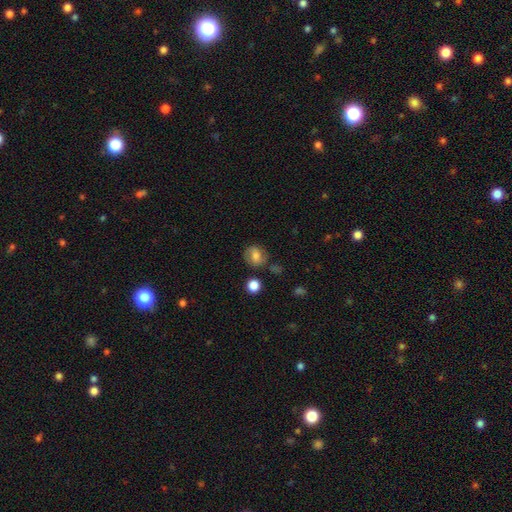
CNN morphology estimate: This is likely a smooth galaxy (66%). How rounded: possibly round (60%). Merging: likely none (73%).